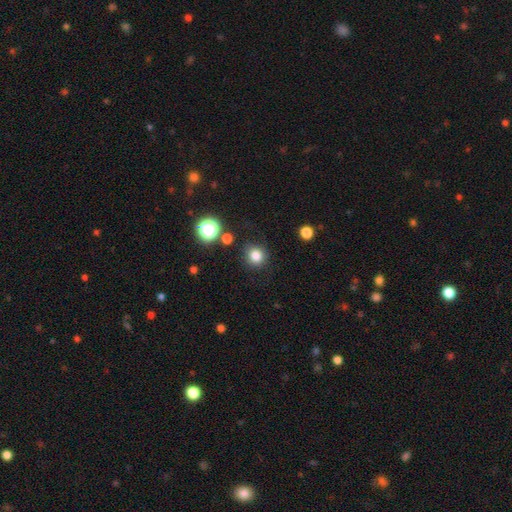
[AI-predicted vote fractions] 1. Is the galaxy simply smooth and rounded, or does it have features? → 81% smooth, 14% star or artifact, 5% featured or disk.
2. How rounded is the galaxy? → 88% round, 11% in between, 1% cigar-shaped.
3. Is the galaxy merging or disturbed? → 84% none, 10% minor disturbance, 3% major disturbance, 3% merger.